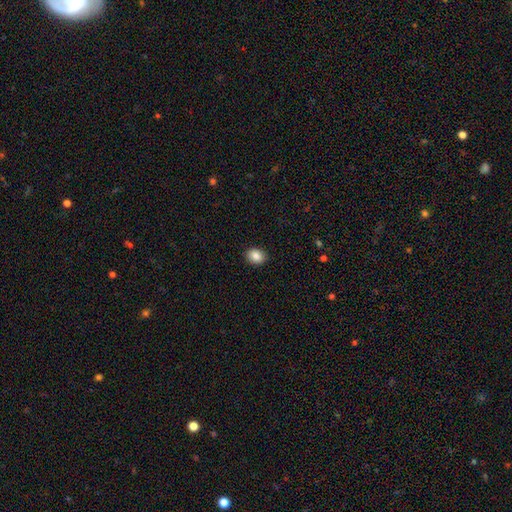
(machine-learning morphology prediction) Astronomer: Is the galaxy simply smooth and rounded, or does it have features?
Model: smooth — 86%.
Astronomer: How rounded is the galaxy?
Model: in between — 51% (runner-up: round, 48%).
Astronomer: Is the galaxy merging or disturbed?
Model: none — 91%.